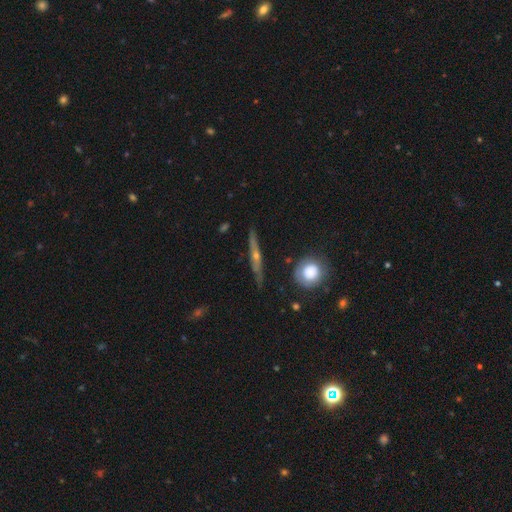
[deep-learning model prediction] Smooth or featured?
  - featured or disk: 70% *
  - smooth: 21%
  - star or artifact: 10%
Edge-on disk?
  - yes: 93% *
  - no: 7%
Edge-on bulge?
  - rounded: 81% *
  - none: 15%
  - boxy: 4%
Merging?
  - none: 85% *
  - minor disturbance: 11%
  - major disturbance: 2%
  - merger: 2%